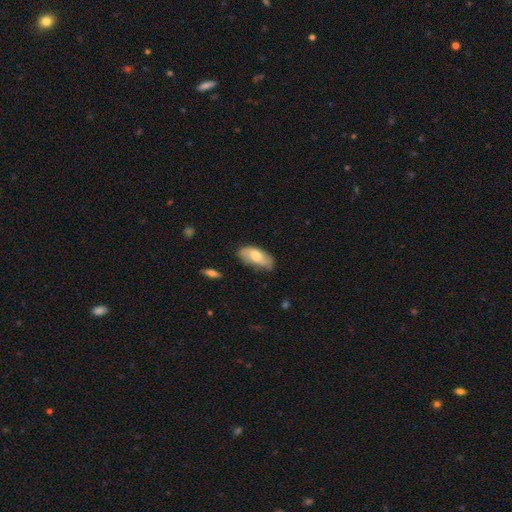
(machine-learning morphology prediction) smooth 57%, featured or disk 37%, star or artifact 6%. Down the decision tree: how rounded — in between (88%); merging — none (69%).